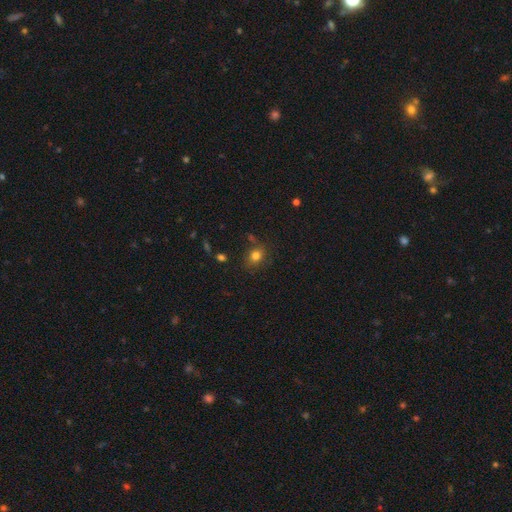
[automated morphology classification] type=smooth (79%); roundness=round (64%); merging=none (76%).